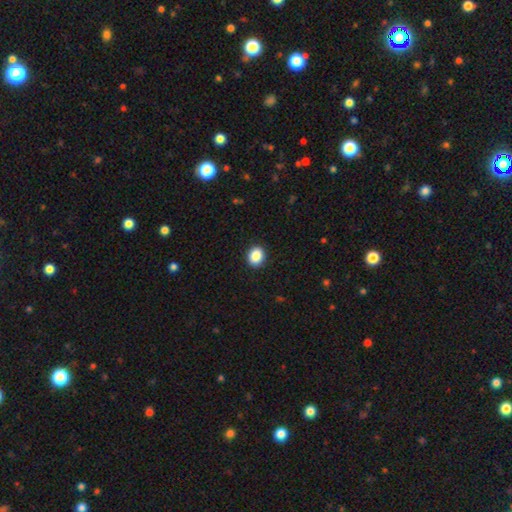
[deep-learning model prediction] Overall: smooth (88%). How rounded: round (60%; in between 39%). Merging: none (91%).